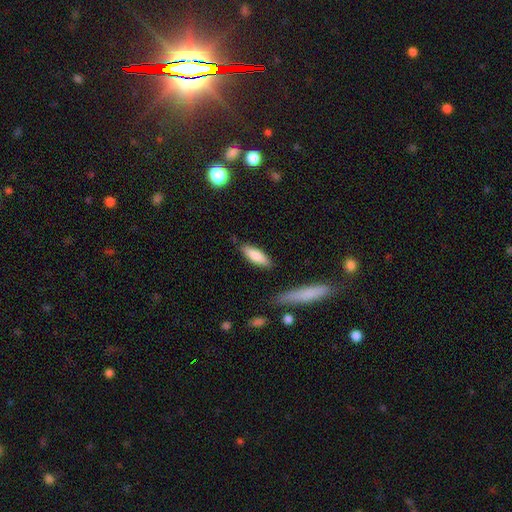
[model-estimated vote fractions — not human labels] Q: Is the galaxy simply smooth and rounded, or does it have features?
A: smooth — 82%.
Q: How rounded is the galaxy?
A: in between — 57%.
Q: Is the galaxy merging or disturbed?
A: none — 81%.